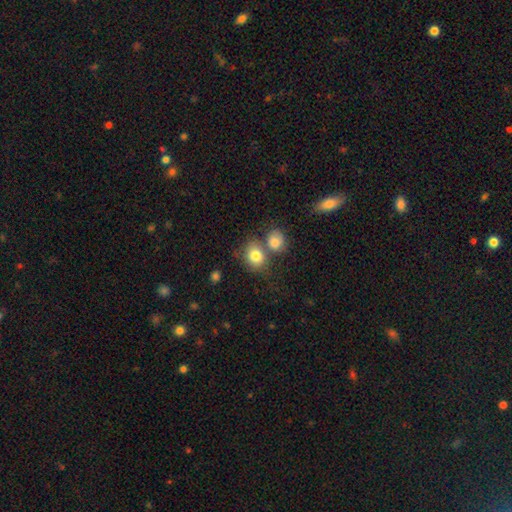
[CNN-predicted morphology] smooth_or_featured: smooth (p=0.81) [alt: star or artifact p=0.10]
how_rounded: round (p=0.63) [alt: in between p=0.36]
merging: none (p=0.48) [alt: merger p=0.35]